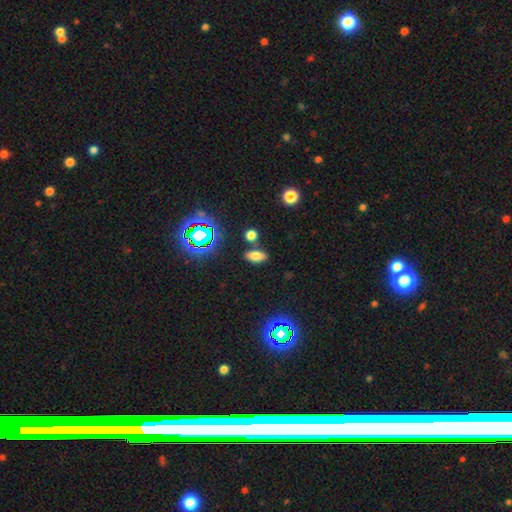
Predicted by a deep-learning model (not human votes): Q: Smooth or featured?
A: smooth (68%); runner-up: star or artifact (21%)
Q: How rounded?
A: in between (85%); runner-up: round (8%)
Q: Merging?
A: none (79%); runner-up: minor disturbance (9%)